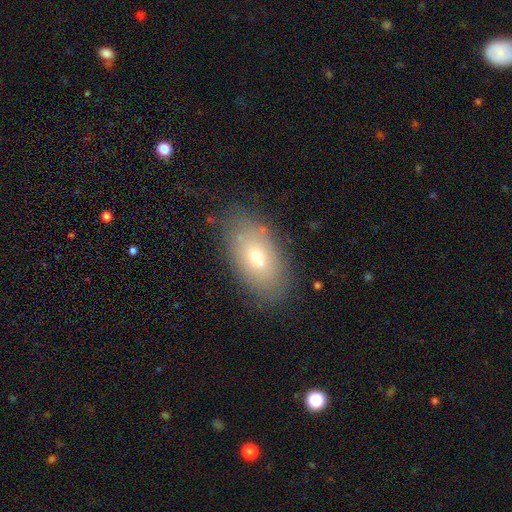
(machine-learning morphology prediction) This is likely a smooth galaxy (65%). How rounded: clearly in between (91%). Merging: likely none (79%).